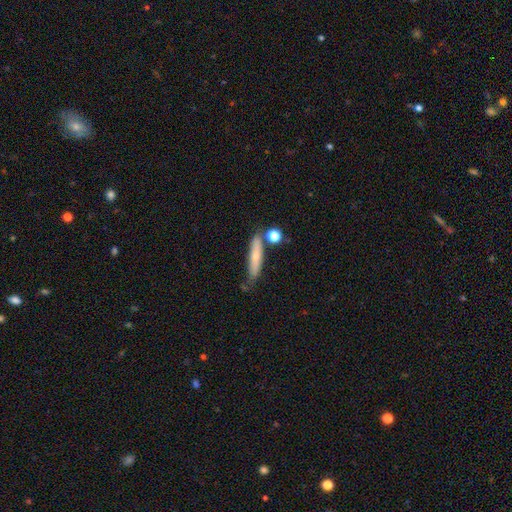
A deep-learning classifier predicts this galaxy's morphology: The model was most divided on "smooth or featured": smooth: 62%, featured or disk: 31%, star or artifact: 7%. More confident: how rounded — cigar-shaped (81%); merging — none (68%).